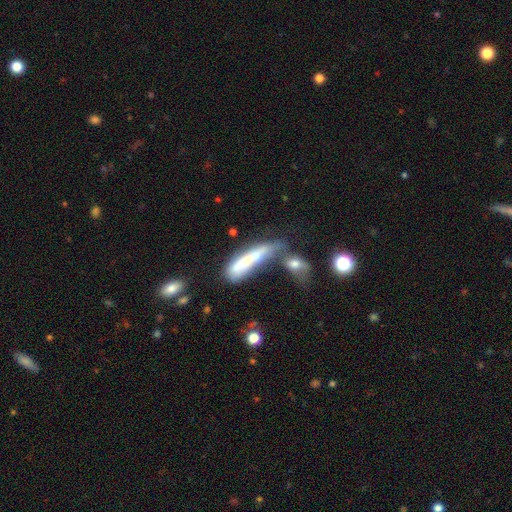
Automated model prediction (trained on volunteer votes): A smooth galaxy with no disk features (49%). Merging: merger (54%).